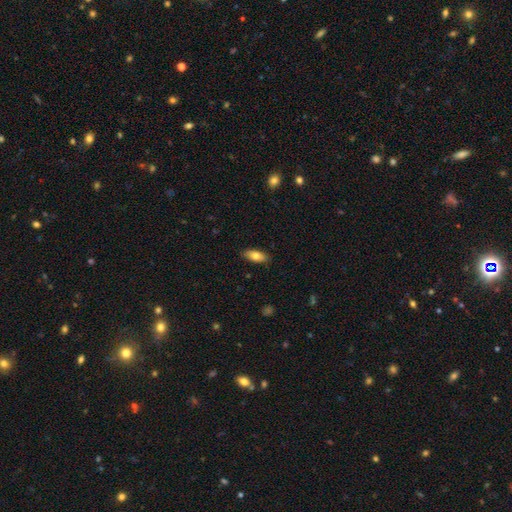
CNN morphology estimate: Smooth or featured? Predicted: smooth (p=0.79). How rounded? Predicted: in between (p=0.83). Merging? Predicted: none (p=0.87).